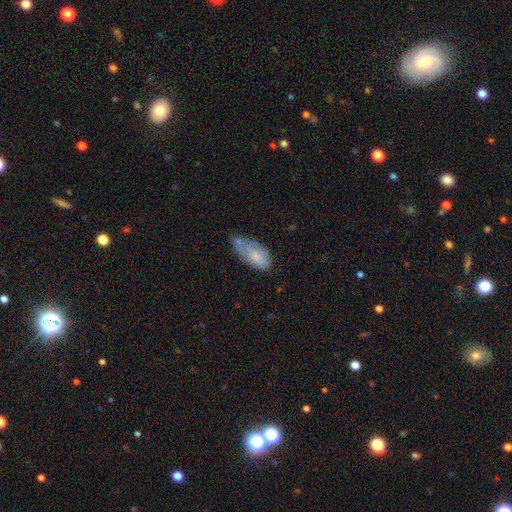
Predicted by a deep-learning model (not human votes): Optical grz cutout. It shows a smooth galaxy with no disk features (64%) that is in between round and cigar-shaped (90%). Merging: minor disturbance (36%).